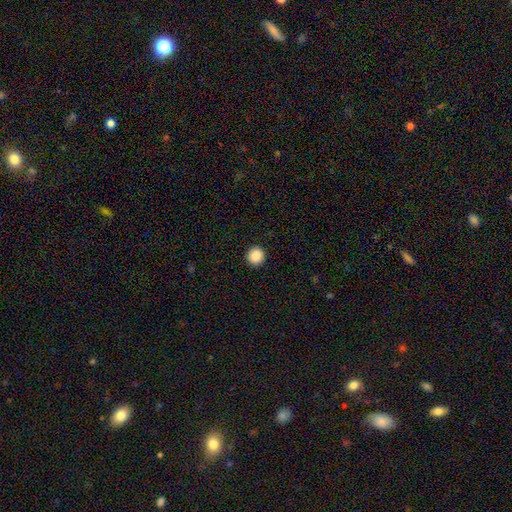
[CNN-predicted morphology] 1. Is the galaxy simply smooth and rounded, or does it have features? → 88% smooth, 9% star or artifact, 3% featured or disk.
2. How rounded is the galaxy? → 93% round, 6% in between, 1% cigar-shaped.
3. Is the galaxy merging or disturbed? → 93% none, 4% minor disturbance, 2% major disturbance, 1% merger.